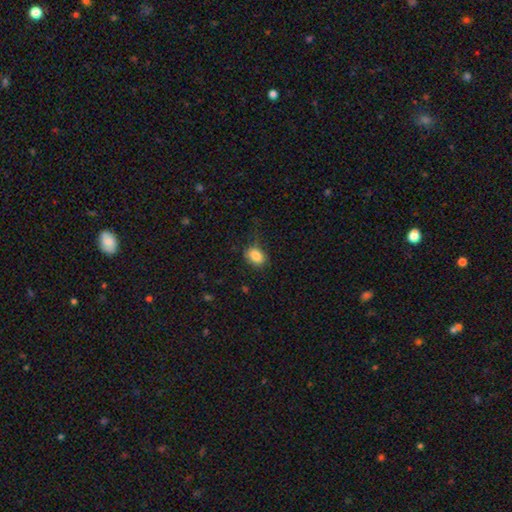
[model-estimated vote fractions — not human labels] Overall: smooth (85%). How rounded: in between (66%; round 33%). Merging: none (68%).